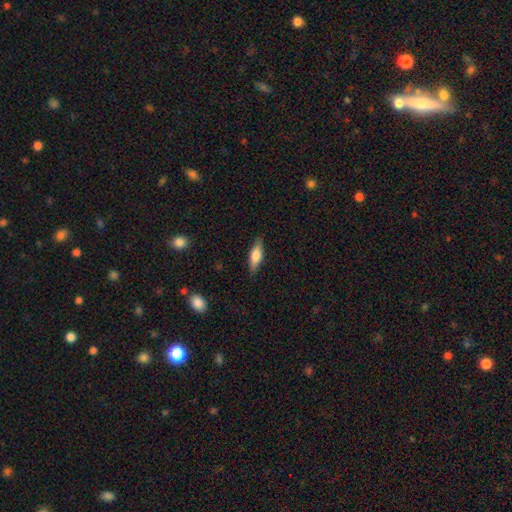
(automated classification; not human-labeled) smooth-or-featured: smooth: 65% | featured or disk: 29% | star or artifact: 6%
  how-rounded: in between: 54% | cigar-shaped: 43% | round: 3%
  merging: none: 85% | minor disturbance: 11% | major disturbance: 2% | merger: 1%